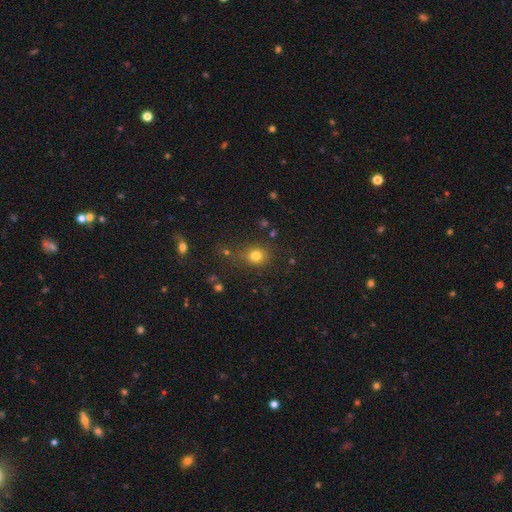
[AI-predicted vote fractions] This is likely a smooth galaxy (77%). How rounded: likely round (72%). Merging: likely none (71%).